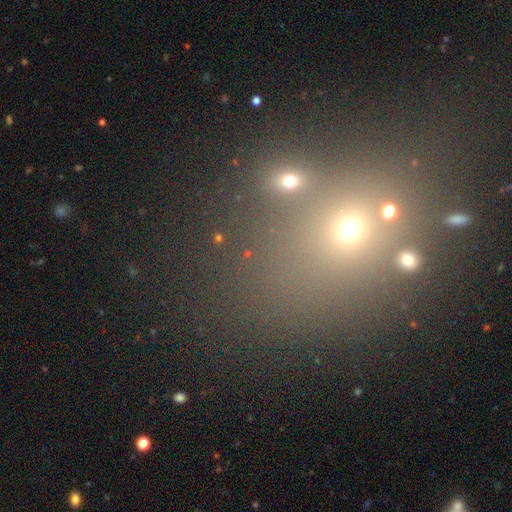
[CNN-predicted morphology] The model was most divided on "smooth or featured": star or artifact: 47%, smooth: 41%, featured or disk: 12%.